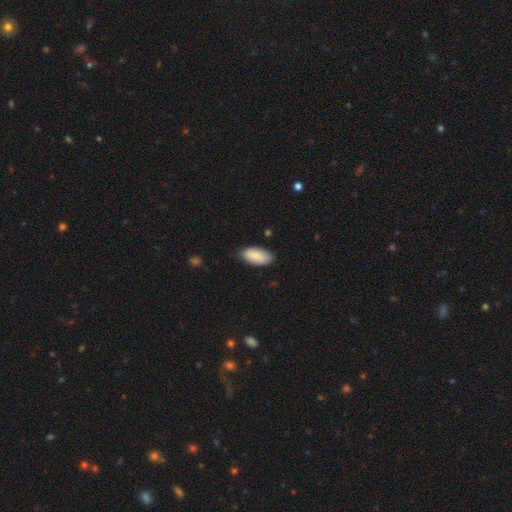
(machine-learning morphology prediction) A smooth galaxy with no disk features (84%) that is in between round and cigar-shaped (93%).

Vote fractions:
- Smooth or featured? smooth: 84% / featured or disk: 10% / star or artifact: 6%
- How rounded? in between: 93% / cigar-shaped: 5% / round: 2%
- Merging? none: 81% / minor disturbance: 15% / major disturbance: 2% / merger: 1%